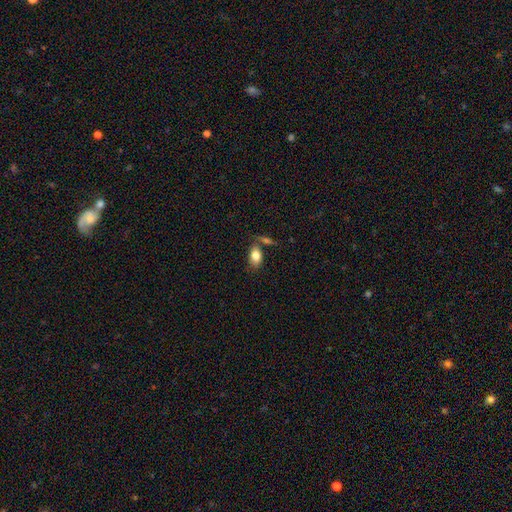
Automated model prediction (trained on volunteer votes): Smooth or featured? Predicted: smooth (p=0.82). How rounded? Predicted: in between (p=0.88). Merging? Predicted: none (p=0.61).